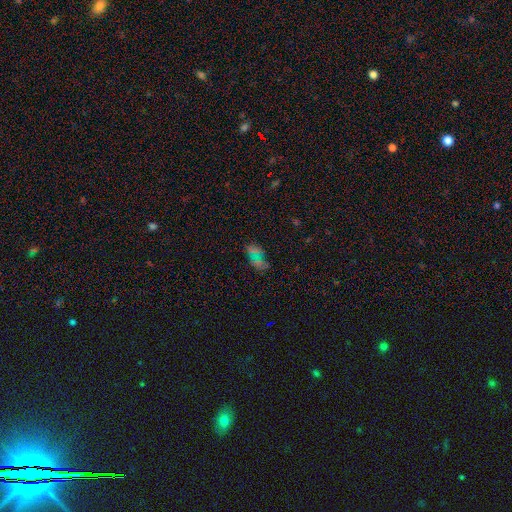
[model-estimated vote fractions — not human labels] The model was most divided on "smooth or featured": smooth: 44%, star or artifact: 42%, featured or disk: 15%. More confident: merging — none (56%).